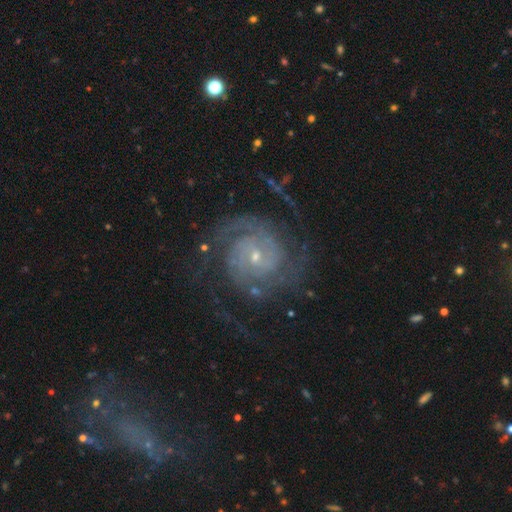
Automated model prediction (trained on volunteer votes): Q: Smooth or featured?
A: featured or disk (90%); runner-up: star or artifact (6%)
Q: Edge-on disk?
A: no (98%); runner-up: yes (2%)
Q: Bar?
A: no (63%); runner-up: weak (29%)
Q: Spiral arms?
A: yes (98%); runner-up: no (2%)
Q: Spiral winding?
A: tight (65%); runner-up: medium (29%)
Q: Spiral arm count?
A: 2 (60%); runner-up: 3 (13%)
Q: Bulge size?
A: small (78%); runner-up: moderate (18%)
Q: Merging?
A: none (72%); runner-up: minor disturbance (14%)